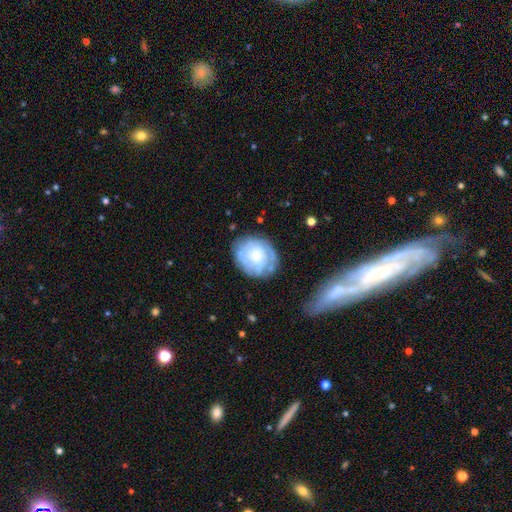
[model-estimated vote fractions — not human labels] A featured or disk galaxy (65%) with no bar (77%), spiral arms (73%) and a small central bulge (54%). Merging: none (68%).